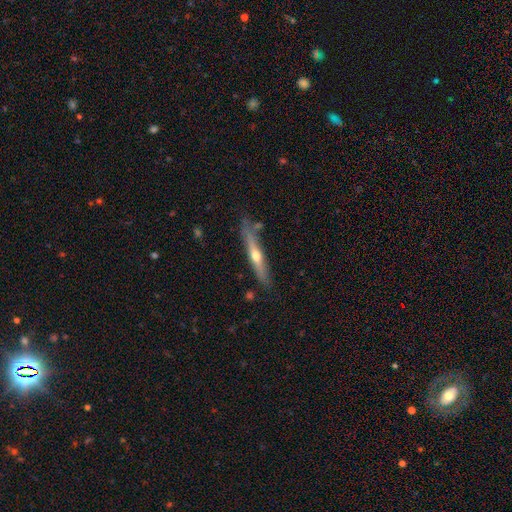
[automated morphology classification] Smooth or featured: featured or disk — 64% (smooth — 30%)
Edge-on disk: yes — 94% (no — 6%)
Edge-on bulge: rounded — 87% (none — 11%)
Merging: none — 78% (minor disturbance — 15%)